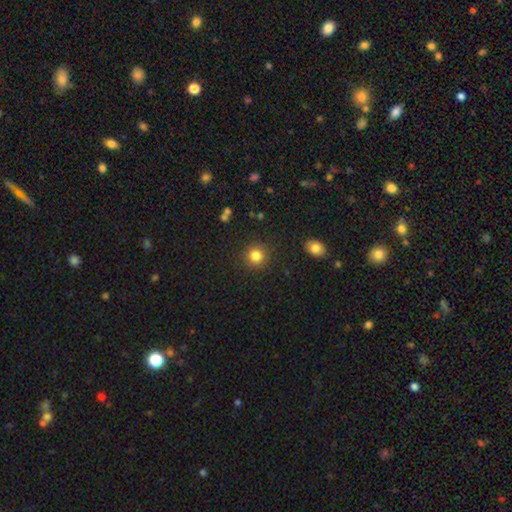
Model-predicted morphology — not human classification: A smooth galaxy with no disk features (84%) that is round (92%). Merging: none (89%).